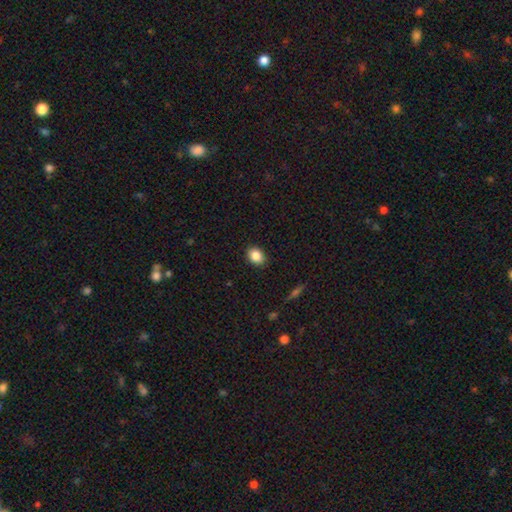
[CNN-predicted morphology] A smooth galaxy with no disk features (85%) that is in between round and cigar-shaped (60%). Merging: none (89%).